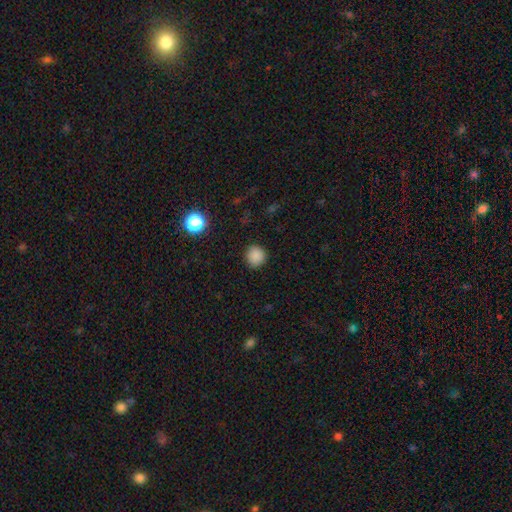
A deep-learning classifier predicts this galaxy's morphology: The model was most divided on "smooth or featured": smooth: 86%, star or artifact: 11%, featured or disk: 3%. More confident: how rounded — round (92%); merging — none (90%).